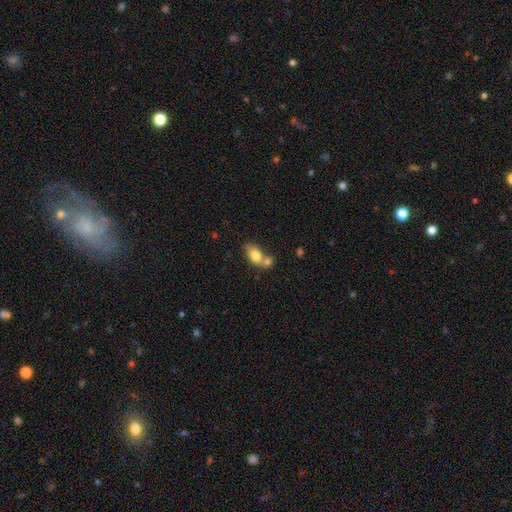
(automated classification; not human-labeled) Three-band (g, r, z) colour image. It shows a smooth galaxy with no disk features (78%) that is in between round and cigar-shaped (84%). Merging: merger (52%).